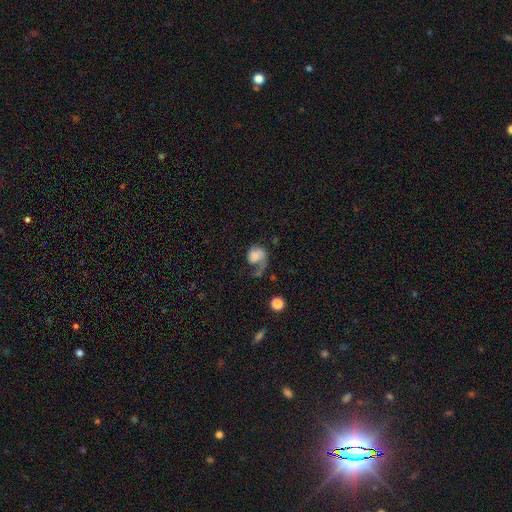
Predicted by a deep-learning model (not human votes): Morphology: type=smooth (47%); merging=major disturbance (51%).